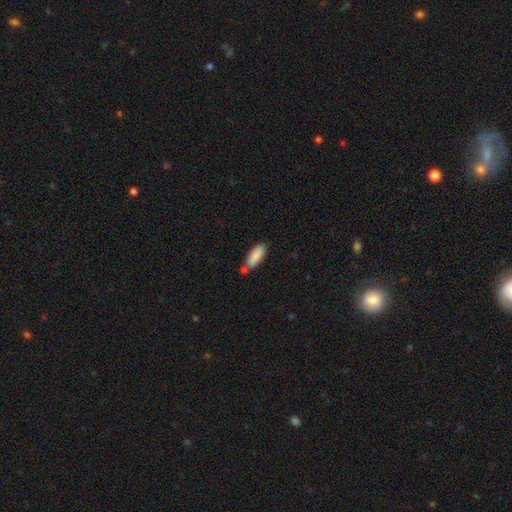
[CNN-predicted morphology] Smooth or featured?
  - smooth: 87% *
  - star or artifact: 6%
  - featured or disk: 6%
How rounded?
  - in between: 71% *
  - cigar-shaped: 28%
  - round: 2%
Merging?
  - none: 60% *
  - merger: 19%
  - minor disturbance: 17%
  - major disturbance: 4%